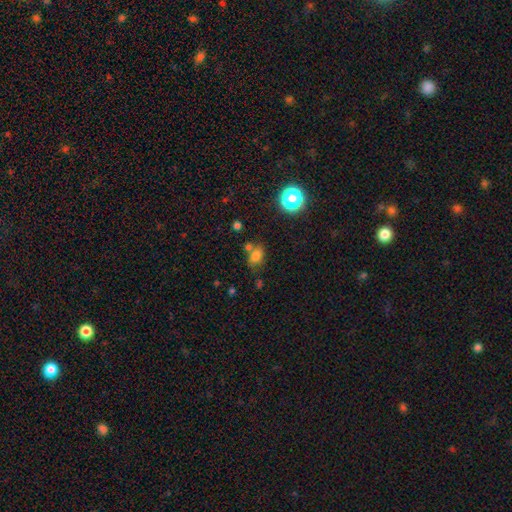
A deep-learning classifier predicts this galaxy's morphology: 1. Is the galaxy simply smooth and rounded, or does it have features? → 75% smooth, 17% star or artifact, 8% featured or disk.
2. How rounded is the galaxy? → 75% in between, 23% round, 2% cigar-shaped.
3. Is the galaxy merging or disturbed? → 60% none, 19% merger, 16% minor disturbance, 5% major disturbance.